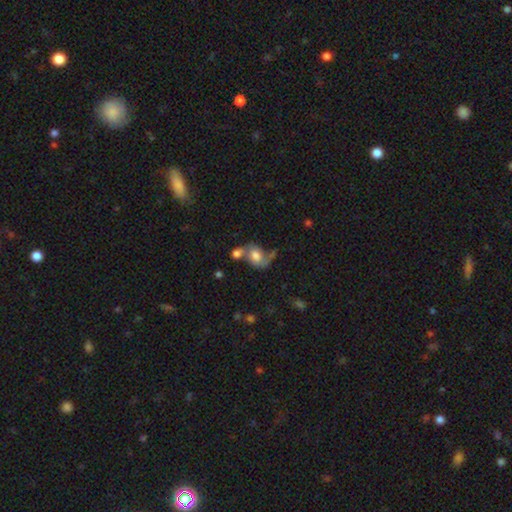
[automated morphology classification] A smooth galaxy with no disk features (47%). Merging: merger (39%).